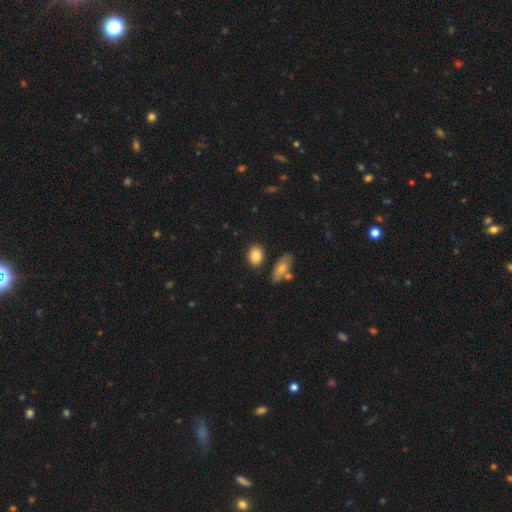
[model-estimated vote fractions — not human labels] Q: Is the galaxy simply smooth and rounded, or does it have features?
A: smooth — 85%.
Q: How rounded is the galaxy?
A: in between — 63%.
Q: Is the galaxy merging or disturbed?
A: none — 80%.